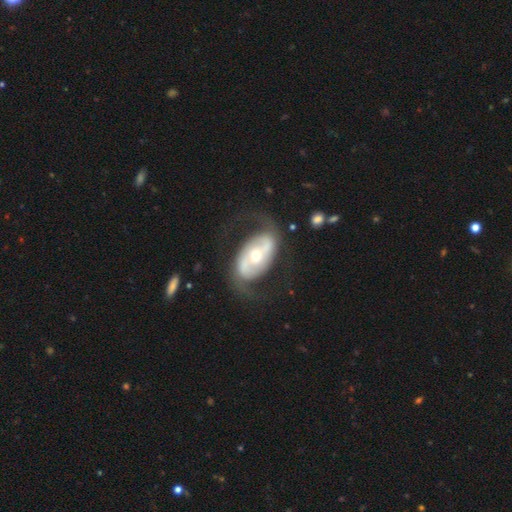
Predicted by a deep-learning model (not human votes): Smooth or featured: featured or disk — 84% (smooth — 11%)
Edge-on disk: no — 96% (yes — 4%)
Bar: no — 41% (strong — 31%)
Spiral arms: yes — 89% (no — 11%)
Spiral winding: loose — 42% (medium — 41%)
Spiral arm count: 2 — 90% (can't tell — 5%)
Bulge size: moderate — 57% (small — 36%)
Merging: none — 70% (minor disturbance — 15%)